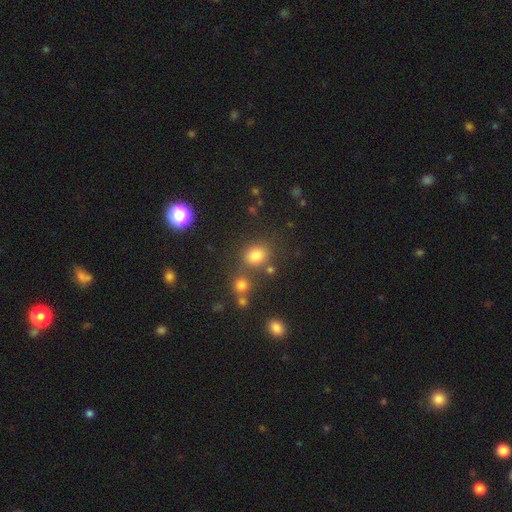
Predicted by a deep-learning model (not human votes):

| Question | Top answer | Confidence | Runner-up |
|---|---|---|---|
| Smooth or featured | smooth | 78% | star or artifact (15%) |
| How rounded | round | 68% | in between (31%) |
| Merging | none | 70% | merger (13%) |